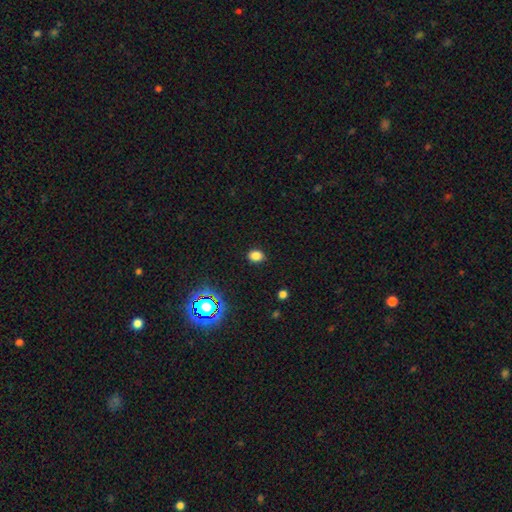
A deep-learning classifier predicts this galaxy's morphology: Smooth or featured? smooth (80%)
How rounded? in between (53%)
Merging? none (87%)